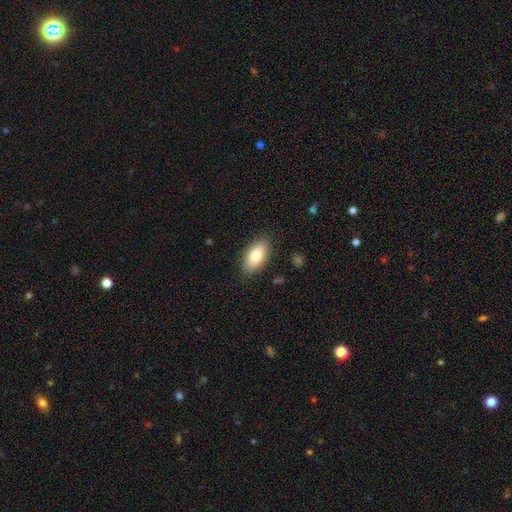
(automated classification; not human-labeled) smooth_or_featured: smooth (p=0.80) [alt: featured or disk p=0.13]
how_rounded: in between (p=0.92) [alt: cigar-shaped p=0.04]
merging: none (p=0.85) [alt: minor disturbance p=0.11]